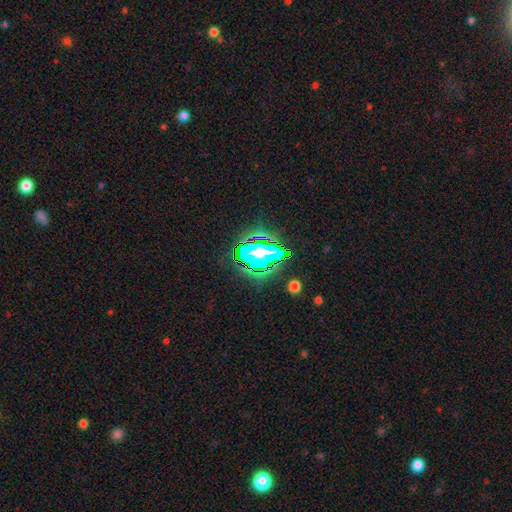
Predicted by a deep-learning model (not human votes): This appears to be a star or artifact, not a galaxy (66%).